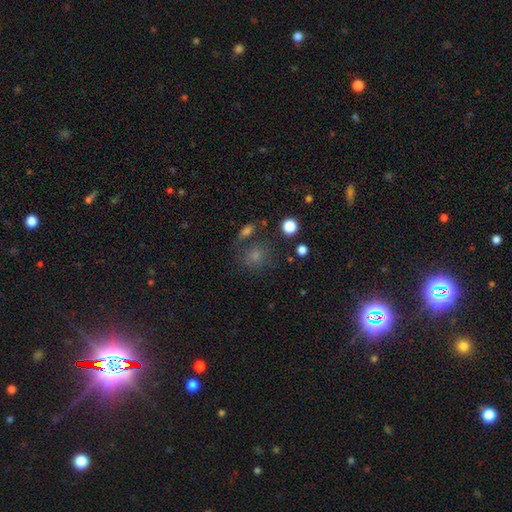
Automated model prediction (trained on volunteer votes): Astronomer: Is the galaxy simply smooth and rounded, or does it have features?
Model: smooth — 67%.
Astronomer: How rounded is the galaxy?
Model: round — 75%.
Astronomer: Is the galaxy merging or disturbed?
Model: none — 63%.